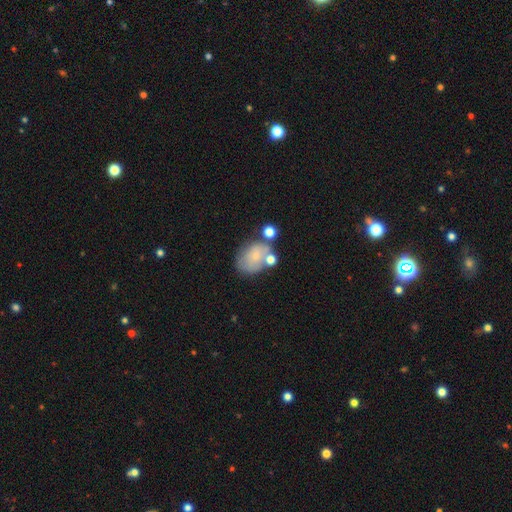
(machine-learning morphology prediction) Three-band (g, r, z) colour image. It shows a smooth galaxy with no disk features (61%) that is in between round and cigar-shaped (64%). Merging: none (43%).